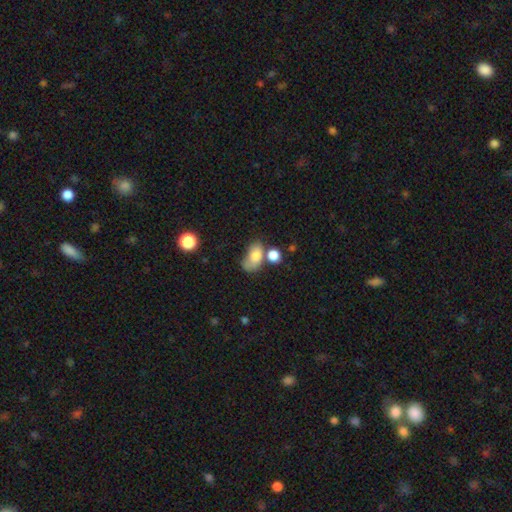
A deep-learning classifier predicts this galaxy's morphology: The model was most divided on "merging": none: 34%, merger: 29%, minor disturbance: 22%, major disturbance: 15%. More confident: how rounded — in between (85%); smooth or featured — smooth (77%).